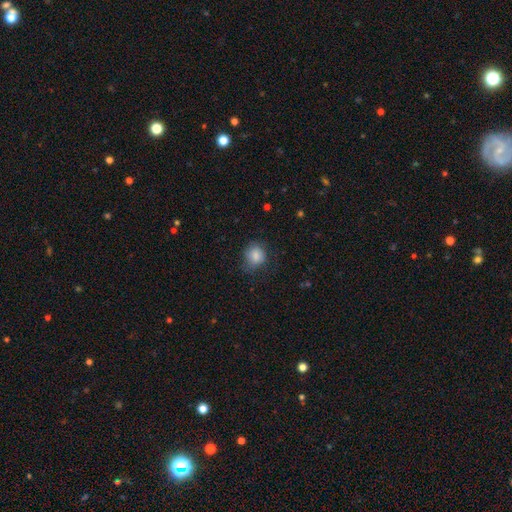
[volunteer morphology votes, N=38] This appears to be a smooth galaxy with no disk features (84%) that is round (66%). Merging: none (55%).